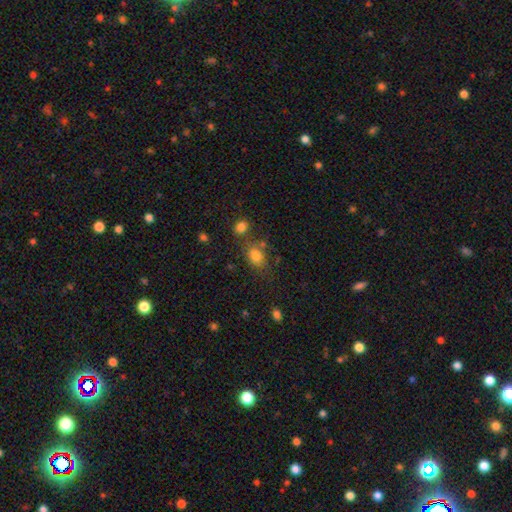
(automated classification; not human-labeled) Morphology: type=smooth (80%); roundness=in between (66%); merging=none (64%).